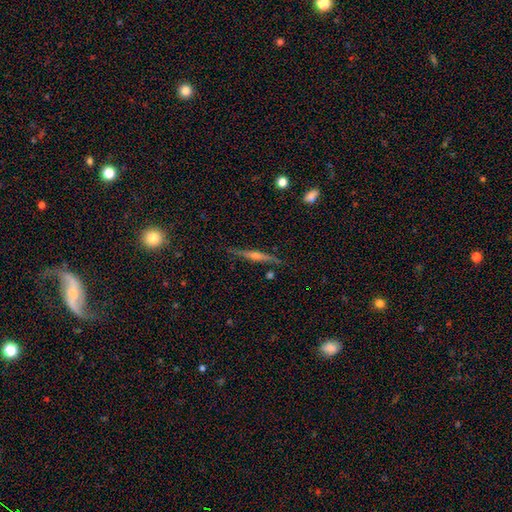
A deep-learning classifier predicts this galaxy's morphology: A featured or disk galaxy (73%) viewed edge-on (97%) with a rounded central bulge (78%).

Vote fractions:
- Smooth or featured? featured or disk: 73% / smooth: 19% / star or artifact: 8%
- Edge-on disk? yes: 97% / no: 3%
- Edge-on bulge? rounded: 78% / none: 12% / boxy: 10%
- Merging? none: 85% / minor disturbance: 11% / major disturbance: 2% / merger: 2%